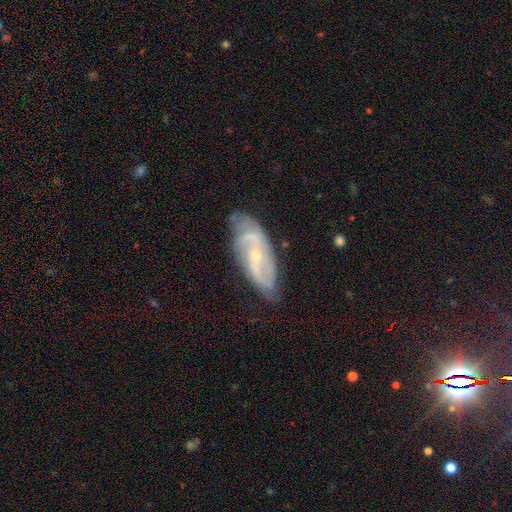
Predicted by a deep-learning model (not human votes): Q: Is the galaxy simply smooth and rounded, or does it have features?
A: featured or disk — 81%.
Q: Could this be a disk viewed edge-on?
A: no — 91%.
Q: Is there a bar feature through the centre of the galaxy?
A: no — 45%.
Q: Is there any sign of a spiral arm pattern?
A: yes — 92%.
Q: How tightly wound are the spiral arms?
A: medium — 42%.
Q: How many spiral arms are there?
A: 2 — 52%.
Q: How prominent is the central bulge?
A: small — 74%.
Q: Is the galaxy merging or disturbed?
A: none — 71%.